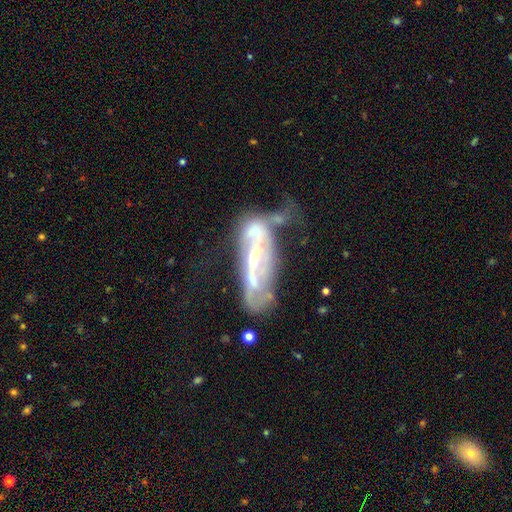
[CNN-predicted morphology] A featured or disk galaxy (76%) with a strong bar (36%), spiral arms (71%) and a small central bulge (53%). Merging: major disturbance (30%).